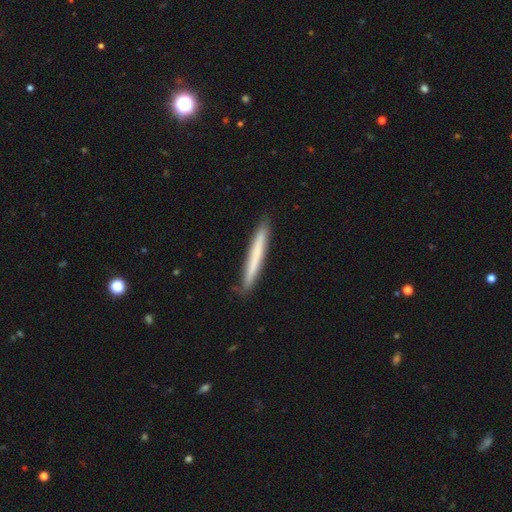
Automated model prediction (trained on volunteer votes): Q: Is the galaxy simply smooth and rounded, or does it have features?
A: smooth — 64%.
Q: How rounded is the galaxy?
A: cigar-shaped — 97%.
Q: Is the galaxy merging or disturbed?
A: none — 87%.